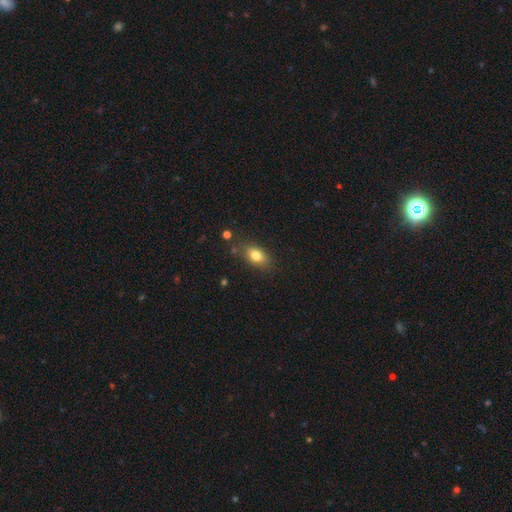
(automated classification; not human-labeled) Smooth or featured?
  - smooth: 78% *
  - featured or disk: 12%
  - star or artifact: 10%
How rounded?
  - in between: 81% *
  - round: 13%
  - cigar-shaped: 6%
Merging?
  - none: 77% *
  - minor disturbance: 15%
  - major disturbance: 4%
  - merger: 4%